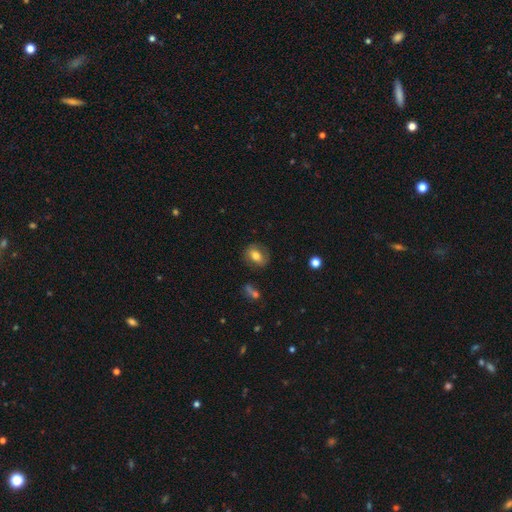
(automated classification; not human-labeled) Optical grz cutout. It shows a smooth galaxy with no disk features (66%) that is in between round and cigar-shaped (59%). Merging: none (75%).